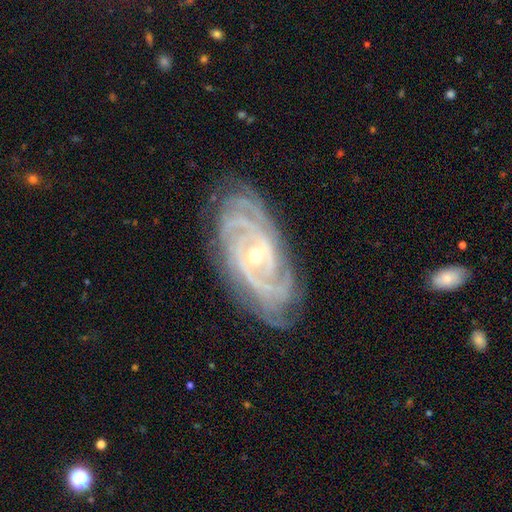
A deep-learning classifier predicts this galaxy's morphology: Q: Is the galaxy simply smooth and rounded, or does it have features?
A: featured or disk — 91%.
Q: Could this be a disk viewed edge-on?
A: no — 95%.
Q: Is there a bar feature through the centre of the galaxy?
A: no — 49%.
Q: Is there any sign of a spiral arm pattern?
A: yes — 98%.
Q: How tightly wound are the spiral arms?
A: tight — 80%.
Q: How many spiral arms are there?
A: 4 — 23%.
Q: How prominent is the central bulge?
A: small — 61%.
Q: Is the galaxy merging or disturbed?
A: none — 82%.